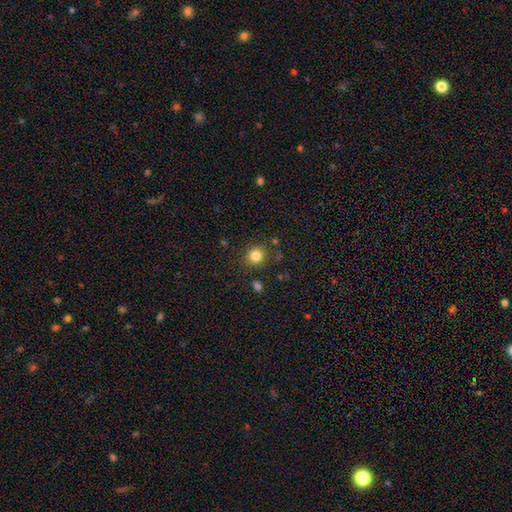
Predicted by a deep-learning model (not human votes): smooth 83%, star or artifact 12%, featured or disk 5%. Down the decision tree: how rounded — round (88%); merging — none (85%).